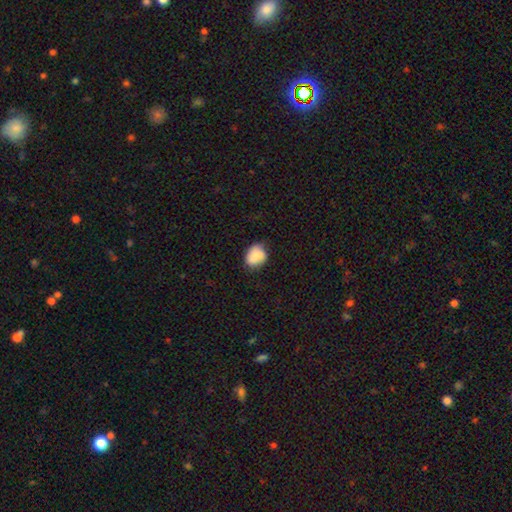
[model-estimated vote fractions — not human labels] This is clearly a smooth galaxy (83%). How rounded: possibly in between (52%). Merging: likely none (70%).